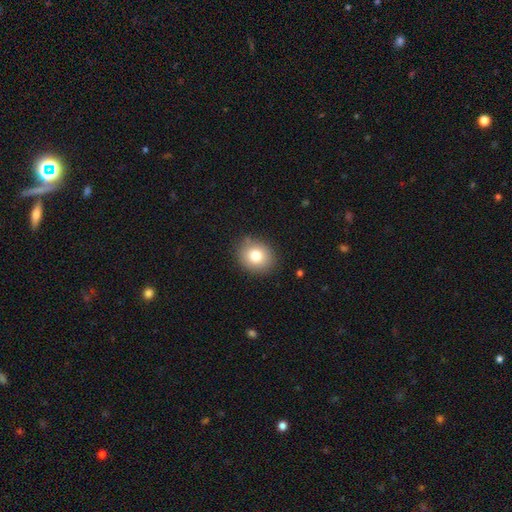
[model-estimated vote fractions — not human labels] Morphology: type=smooth (80%); roundness=round (67%); merging=none (85%).